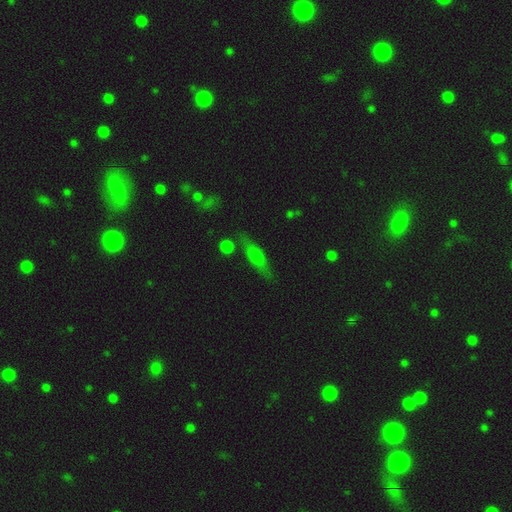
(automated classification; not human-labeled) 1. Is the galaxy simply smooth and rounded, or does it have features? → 55% smooth, 34% featured or disk, 11% star or artifact.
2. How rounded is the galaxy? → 60% cigar-shaped, 35% in between, 5% round.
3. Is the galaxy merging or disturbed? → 73% none, 16% minor disturbance, 5% merger, 5% major disturbance.